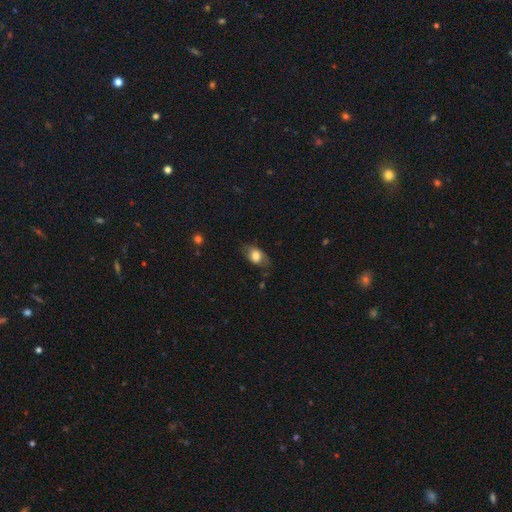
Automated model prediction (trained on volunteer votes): Smooth or featured?
  - smooth: 70% *
  - featured or disk: 22%
  - star or artifact: 8%
How rounded?
  - in between: 86% *
  - round: 11%
  - cigar-shaped: 3%
Merging?
  - none: 64% *
  - minor disturbance: 25%
  - major disturbance: 10%
  - merger: 2%